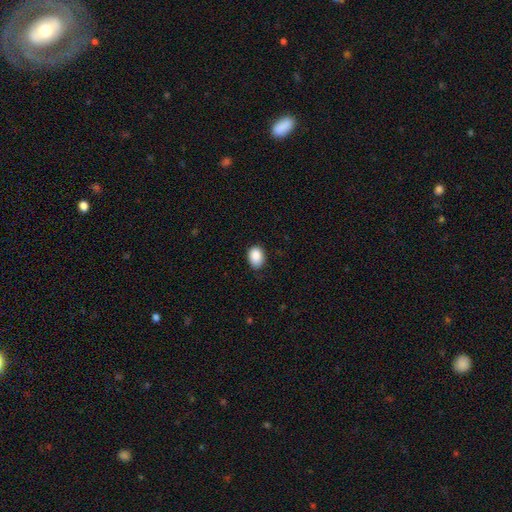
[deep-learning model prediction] Q: Smooth or featured?
A: smooth (89%); runner-up: star or artifact (8%)
Q: How rounded?
A: in between (74%); runner-up: round (25%)
Q: Merging?
A: none (76%); runner-up: minor disturbance (20%)